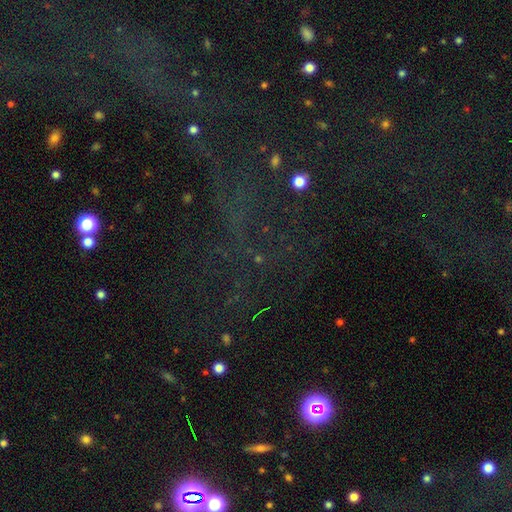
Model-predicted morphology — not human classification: smooth_or_featured: star or artifact (p=0.69) [alt: smooth p=0.18]